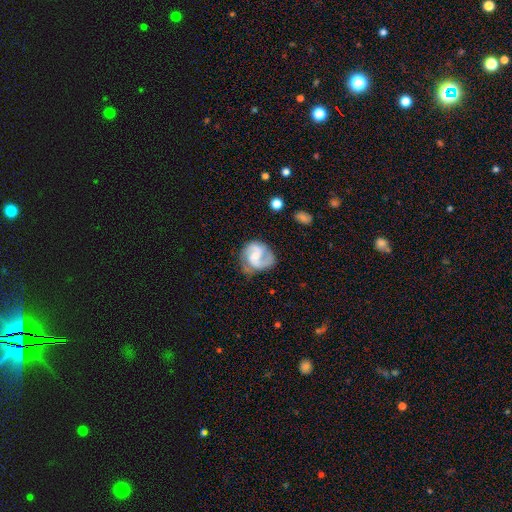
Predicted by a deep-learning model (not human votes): Smooth or featured? Predicted: featured or disk (p=0.82). Edge-on disk? Predicted: no (p=0.98). Bar? Predicted: weak (p=0.50). Spiral arms? Predicted: yes (p=0.95). Spiral winding? Predicted: medium (p=0.53). Spiral arm count? Predicted: 2 (p=0.81). Bulge size? Predicted: small (p=0.45). Merging? Predicted: none (p=0.63).